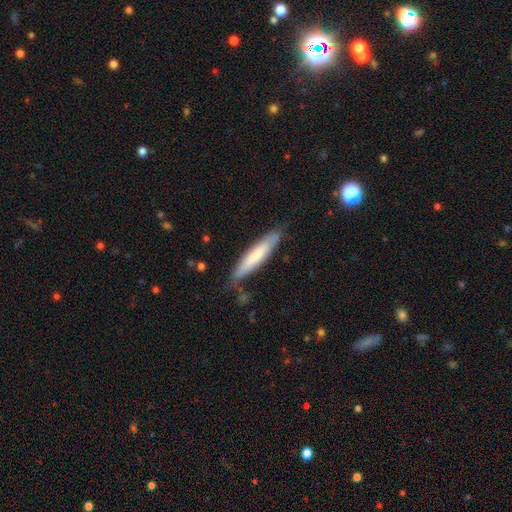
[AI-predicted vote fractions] Smooth or featured? Predicted: smooth (p=0.68). How rounded? Predicted: cigar-shaped (p=0.87). Merging? Predicted: none (p=0.77).